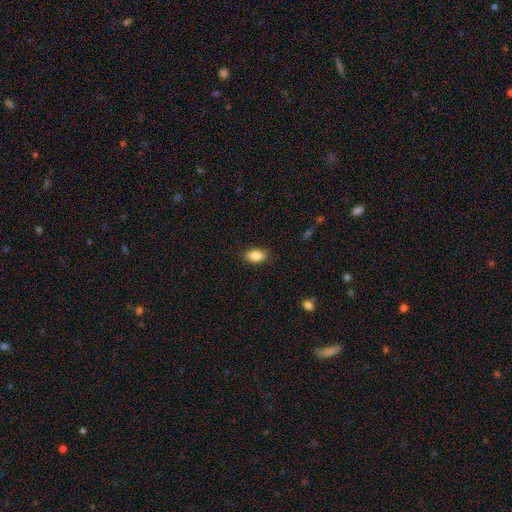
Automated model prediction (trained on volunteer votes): The model was most divided on "merging": none: 87%, minor disturbance: 9%, major disturbance: 2%, merger: 1%. More confident: how rounded — in between (90%); smooth or featured — smooth (87%).